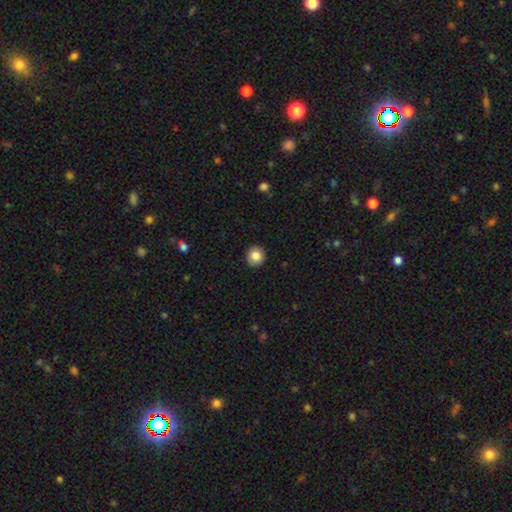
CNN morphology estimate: Smooth or featured: smooth — 85% (star or artifact — 9%)
How rounded: round — 91% (in between — 8%)
Merging: none — 92% (minor disturbance — 6%)